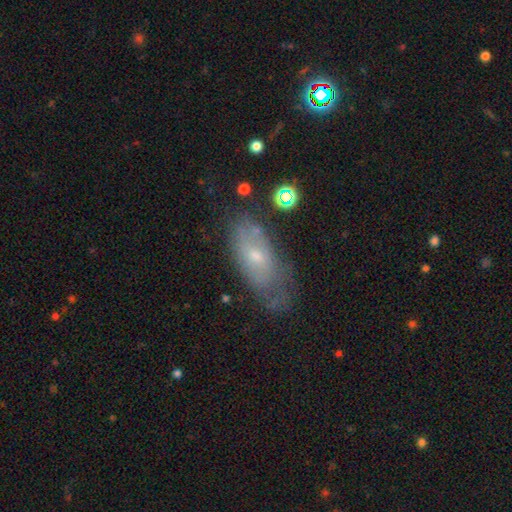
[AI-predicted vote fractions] Smooth or featured: featured or disk — 47% (smooth — 44%)
Merging: none — 57% (minor disturbance — 28%)